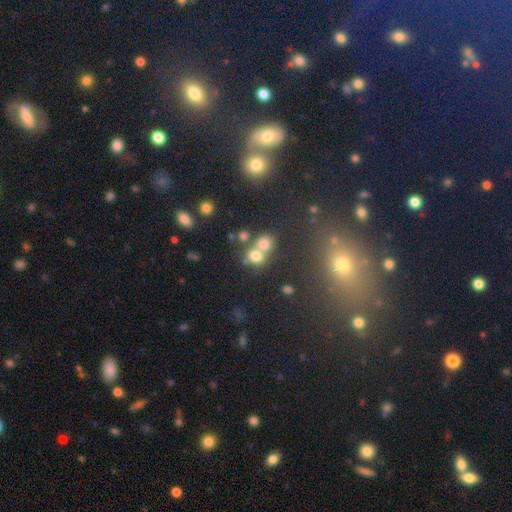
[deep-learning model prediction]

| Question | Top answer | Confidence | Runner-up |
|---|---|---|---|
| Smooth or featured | smooth | 69% | star or artifact (19%) |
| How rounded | round | 74% | in between (25%) |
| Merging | merger | 52% | none (37%) |